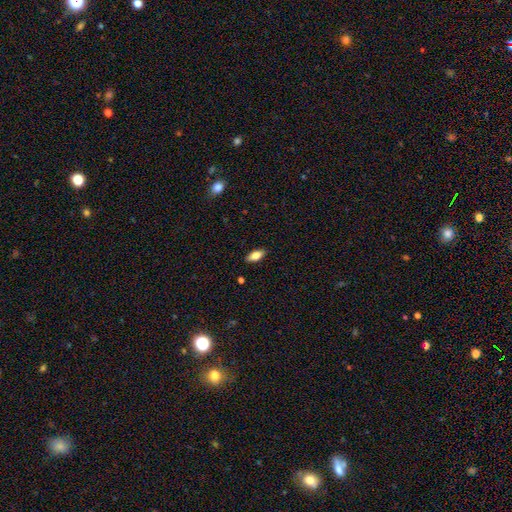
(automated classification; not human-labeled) smooth_or_featured: smooth (p=0.77) [alt: featured or disk p=0.16]
how_rounded: in between (p=0.85) [alt: cigar-shaped p=0.12]
merging: none (p=0.88) [alt: minor disturbance p=0.09]